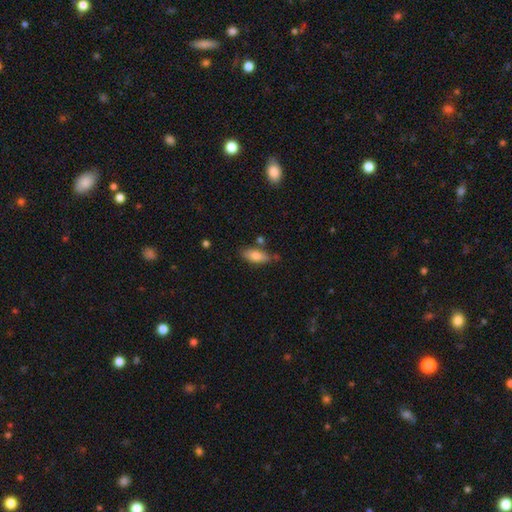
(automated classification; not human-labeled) smooth 78%, featured or disk 15%, star or artifact 7%. Down the decision tree: how rounded — in between (79%); merging — none (73%).